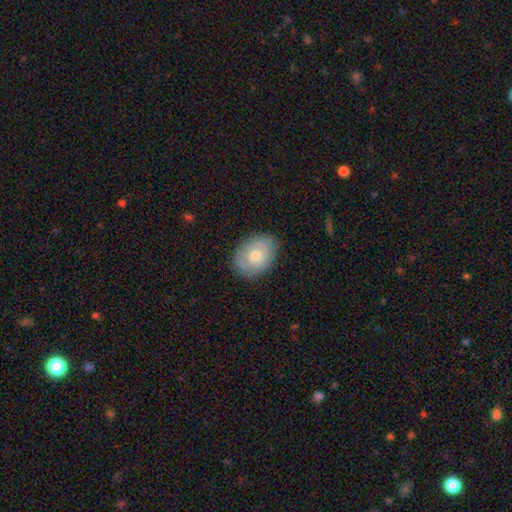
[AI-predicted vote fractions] Overall: smooth (62%; featured or disk 31%). How rounded: in between (70%). Merging: none (80%).